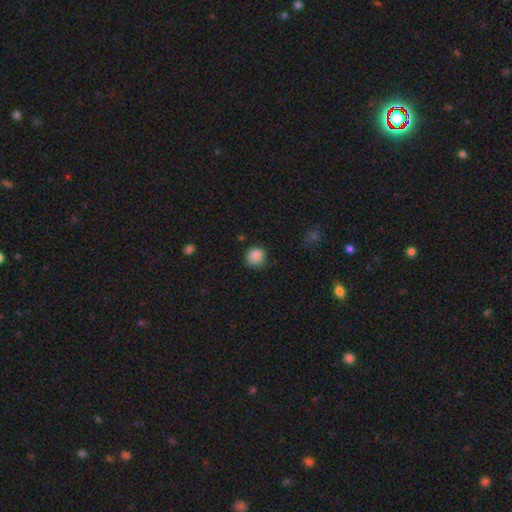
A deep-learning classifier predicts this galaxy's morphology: Smooth or featured: smooth — 87% (star or artifact — 10%)
How rounded: round — 90% (in between — 9%)
Merging: none — 81% (minor disturbance — 15%)